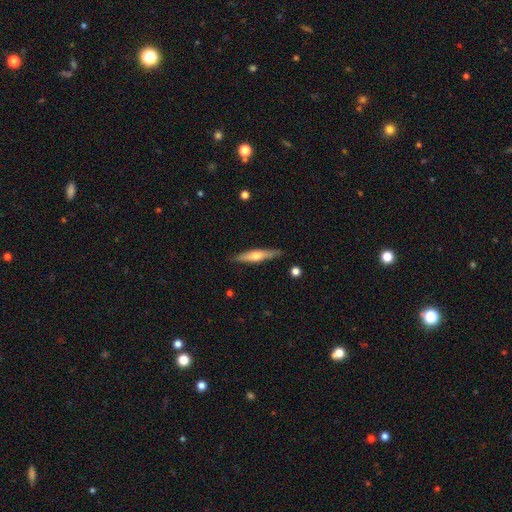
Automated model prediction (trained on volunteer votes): Overall: smooth (48%; featured or disk 46%). Merging: none (86%).